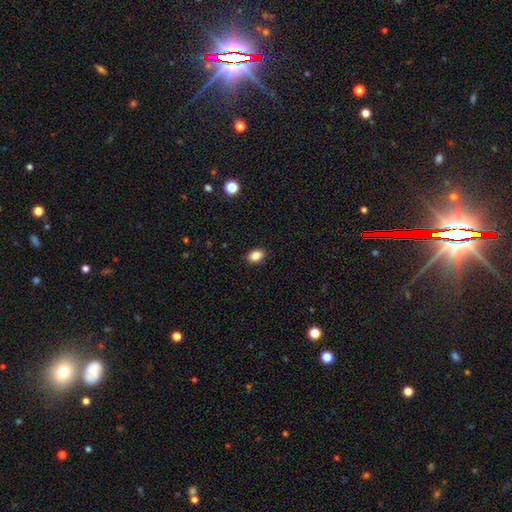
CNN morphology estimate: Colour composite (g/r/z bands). It shows a smooth galaxy with no disk features (87%) that is in between round and cigar-shaped (81%). Merging: none (88%).